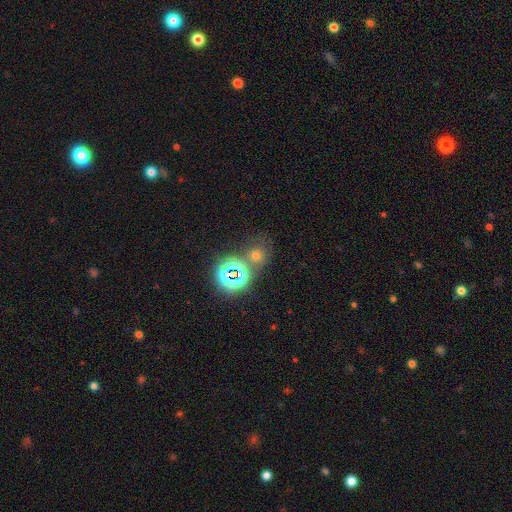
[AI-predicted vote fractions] smooth 50%, star or artifact 41%, featured or disk 9%. Down the decision tree: merging — none (65%).